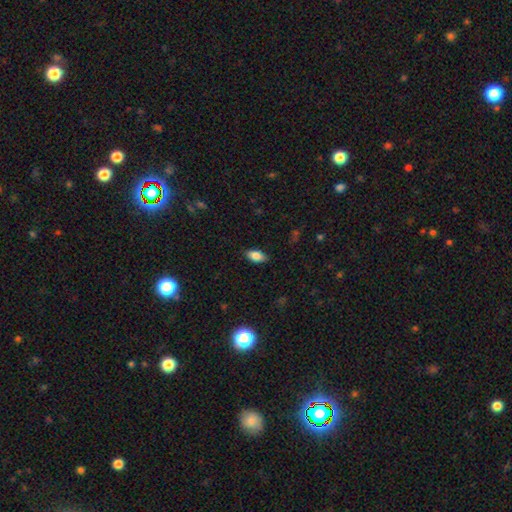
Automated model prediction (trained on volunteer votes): Q: Smooth or featured?
A: smooth (82%); runner-up: featured or disk (10%)
Q: How rounded?
A: in between (90%); runner-up: cigar-shaped (5%)
Q: Merging?
A: none (86%); runner-up: minor disturbance (11%)